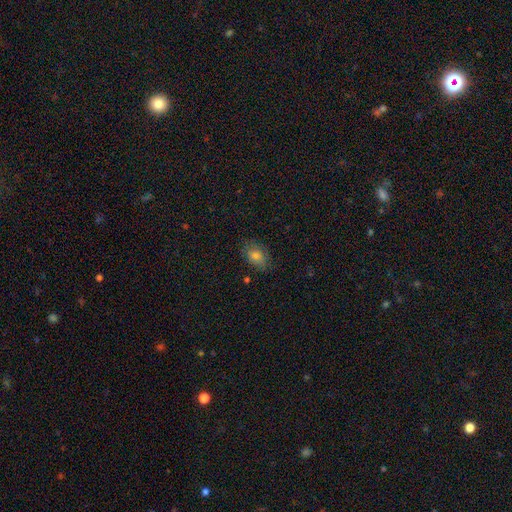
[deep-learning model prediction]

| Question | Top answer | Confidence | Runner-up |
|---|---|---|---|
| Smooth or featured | smooth | 78% | featured or disk (12%) |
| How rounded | in between | 78% | round (20%) |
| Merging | none | 78% | minor disturbance (17%) |